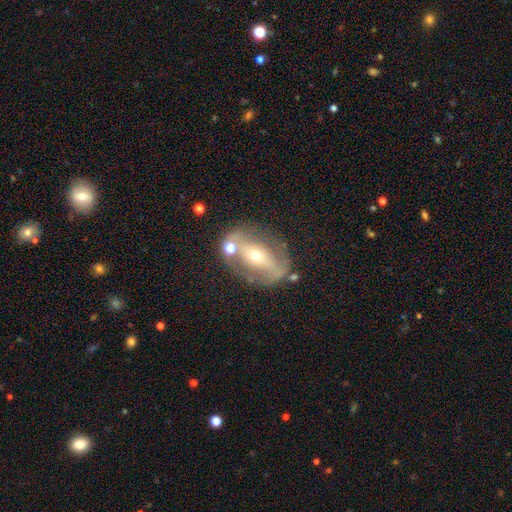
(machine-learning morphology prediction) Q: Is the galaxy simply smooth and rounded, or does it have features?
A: featured or disk — 69%.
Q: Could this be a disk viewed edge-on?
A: no — 89%.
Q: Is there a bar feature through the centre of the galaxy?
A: no — 40%.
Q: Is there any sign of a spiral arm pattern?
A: no — 56%.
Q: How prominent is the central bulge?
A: small — 47%, tied with moderate.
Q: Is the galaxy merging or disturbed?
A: none — 62%.